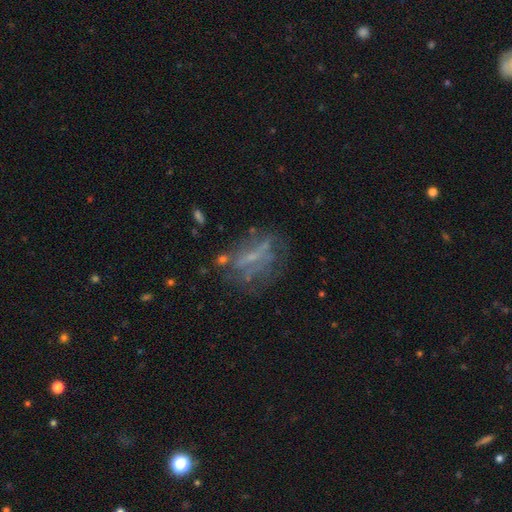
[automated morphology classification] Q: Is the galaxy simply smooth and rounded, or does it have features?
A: featured or disk — 57%.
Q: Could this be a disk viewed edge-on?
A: no — 89%.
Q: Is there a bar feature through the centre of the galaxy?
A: no — 53%.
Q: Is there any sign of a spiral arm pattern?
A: no — 74%.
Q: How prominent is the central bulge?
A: small — 48%.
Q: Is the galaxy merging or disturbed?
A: none — 50%.